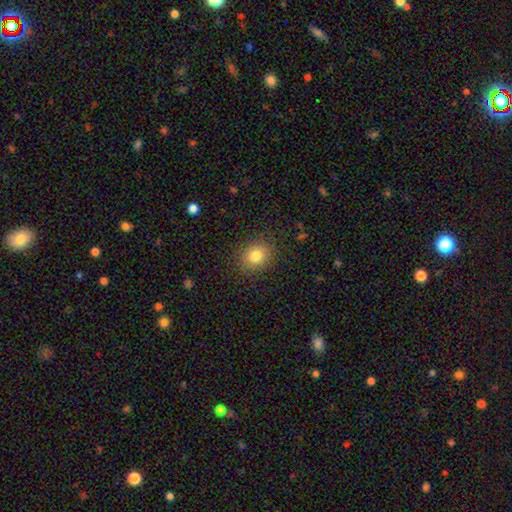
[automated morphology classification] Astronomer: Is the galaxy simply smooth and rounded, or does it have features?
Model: smooth — 80%.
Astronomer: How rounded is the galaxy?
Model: round — 66%.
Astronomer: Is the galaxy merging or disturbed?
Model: none — 88%.